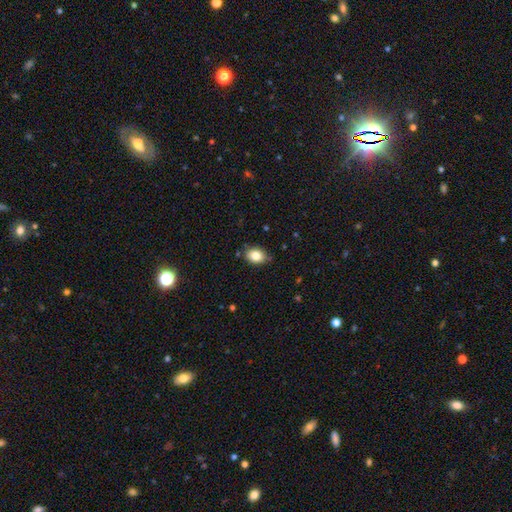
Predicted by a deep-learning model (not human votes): Morphology: type=smooth (84%); roundness=in between (65%); merging=none (81%).